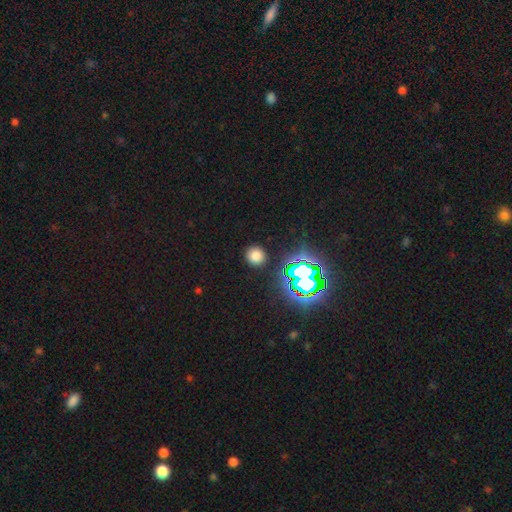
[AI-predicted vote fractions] A smooth galaxy with no disk features (72%) that is round (91%). Merging: none (89%).